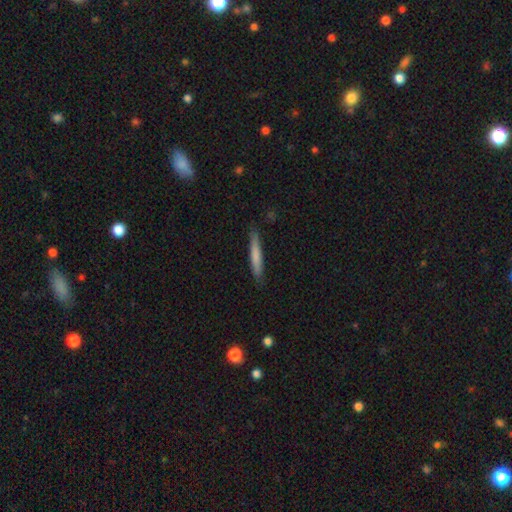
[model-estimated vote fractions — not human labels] Smooth or featured? Predicted: smooth (p=0.74). How rounded? Predicted: cigar-shaped (p=0.94). Merging? Predicted: none (p=0.85).